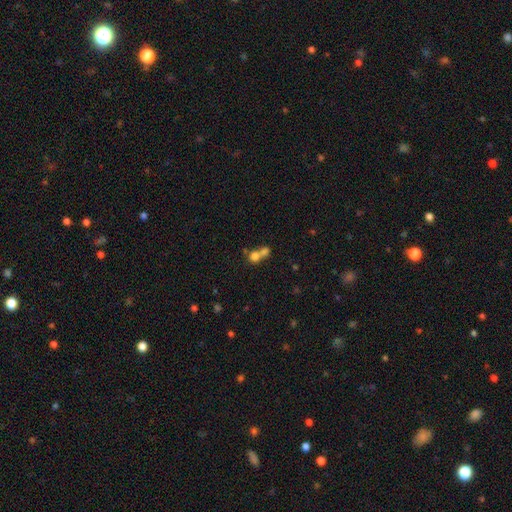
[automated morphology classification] smooth_or_featured: smooth (p=0.72) [alt: featured or disk p=0.15]
how_rounded: round (p=0.70) [alt: in between p=0.28]
merging: merger (p=0.66) [alt: none p=0.25]